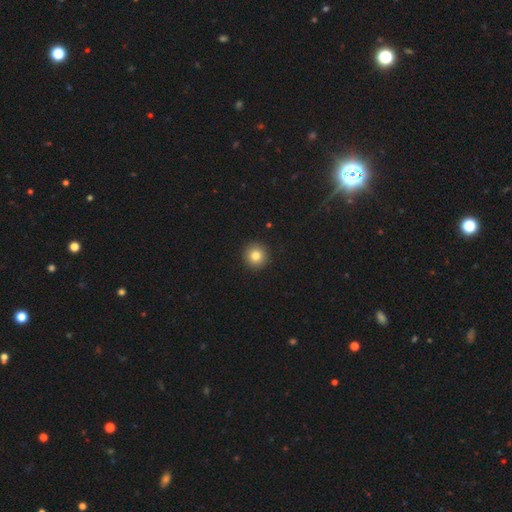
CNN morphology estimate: type=smooth (83%); roundness=round (94%); merging=none (93%).